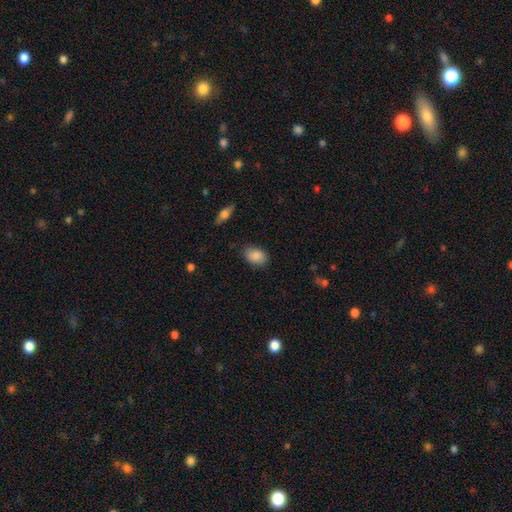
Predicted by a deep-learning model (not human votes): Smooth or featured? Predicted: smooth (p=0.87). How rounded? Predicted: in between (p=0.82). Merging? Predicted: none (p=0.84).